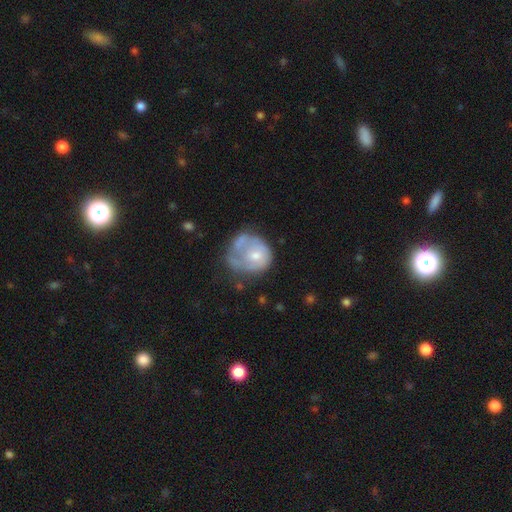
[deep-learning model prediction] Smooth or featured?
  - featured or disk: 52% *
  - smooth: 41%
  - star or artifact: 7%
Edge-on disk?
  - no: 98% *
  - yes: 2%
Bar?
  - no: 84% *
  - weak: 14%
  - strong: 2%
Spiral arms?
  - no: 61% *
  - yes: 39%
Bulge size?
  - moderate: 50% *
  - small: 41%
  - none: 5%
  - large: 3%
  - dominant: 1%
Merging?
  - none: 32% *
  - major disturbance: 30%
  - minor disturbance: 27%
  - merger: 11%